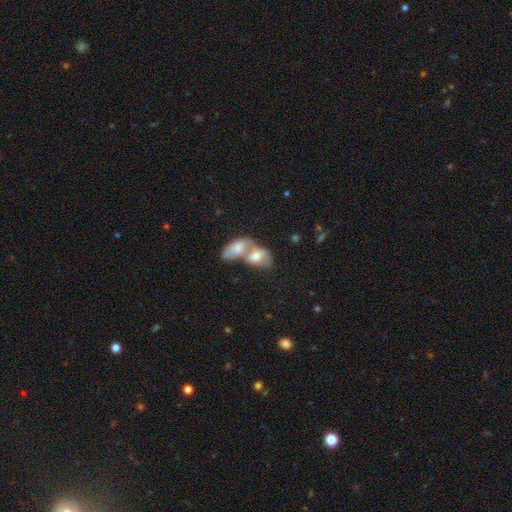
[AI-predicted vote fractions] Q: Smooth or featured?
A: smooth (45%); runner-up: featured or disk (42%)
Q: Merging?
A: merger (73%); runner-up: none (17%)